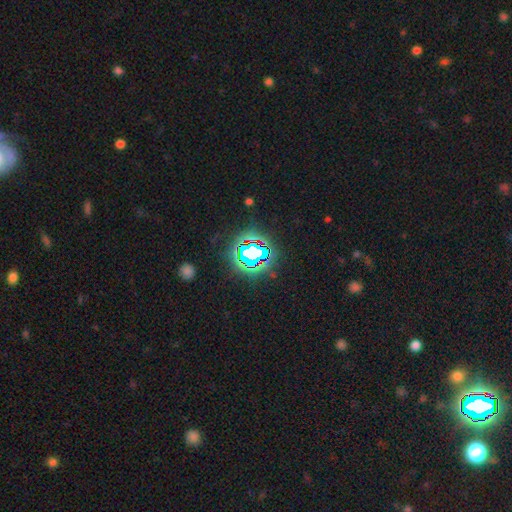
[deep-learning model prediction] This appears to be a star or artifact, not a galaxy (72%).